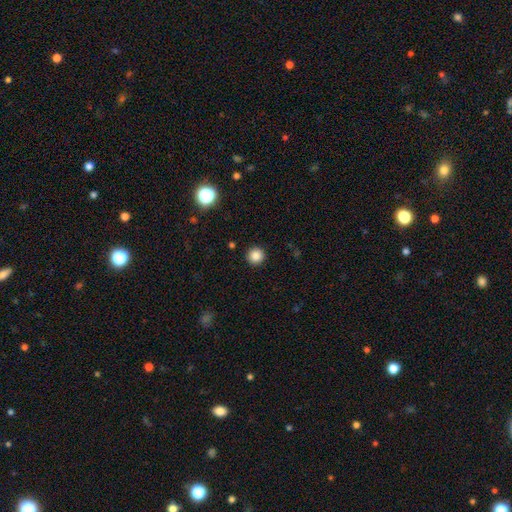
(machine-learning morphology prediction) smooth_or_featured: smooth (p=0.85) [alt: star or artifact p=0.11]
how_rounded: round (p=0.96) [alt: in between p=0.03]
merging: none (p=0.93) [alt: minor disturbance p=0.04]